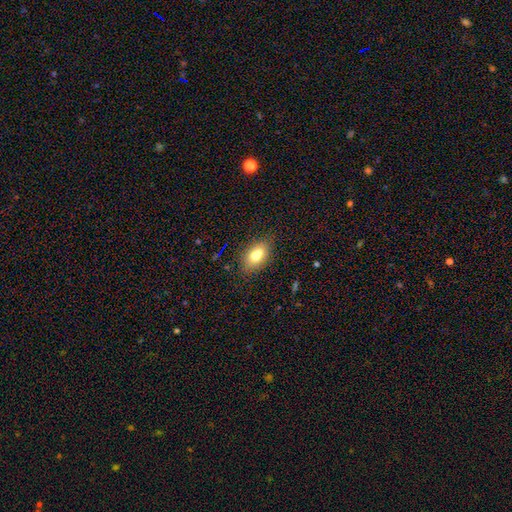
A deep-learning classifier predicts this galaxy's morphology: smooth_or_featured: smooth (p=0.73) [alt: featured or disk p=0.17]
how_rounded: in between (p=0.85) [alt: round p=0.11]
merging: none (p=0.68) [alt: minor disturbance p=0.16]